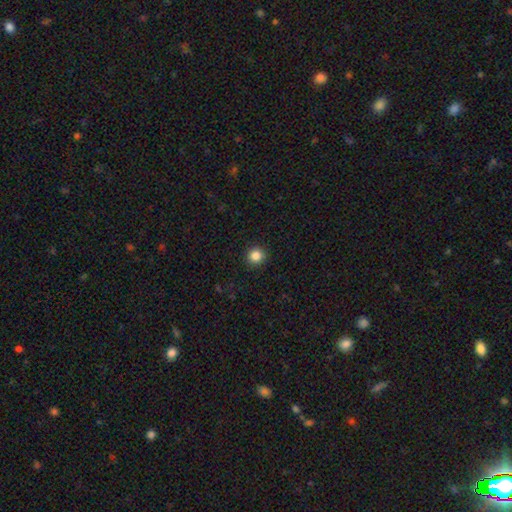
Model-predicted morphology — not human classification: type=smooth (85%); roundness=round (94%); merging=none (92%).